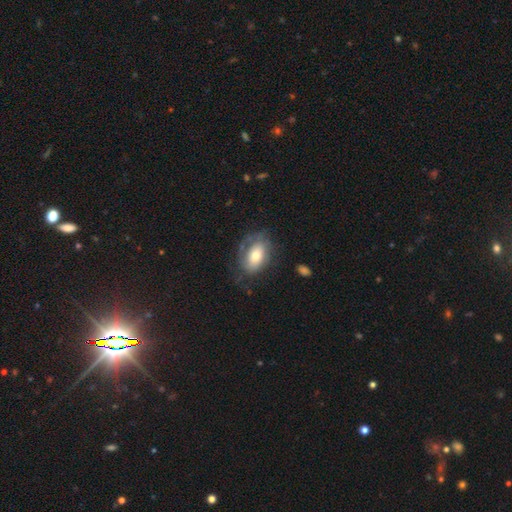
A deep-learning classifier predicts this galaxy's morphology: A smooth galaxy with no disk features (50%) that is in between round and cigar-shaped (82%).

Vote fractions:
- Smooth or featured? smooth: 50% / featured or disk: 43% / star or artifact: 7%
- How rounded? in between: 82% / round: 17% / cigar-shaped: 2%
- Merging? none: 54% / minor disturbance: 25% / major disturbance: 19% / merger: 2%